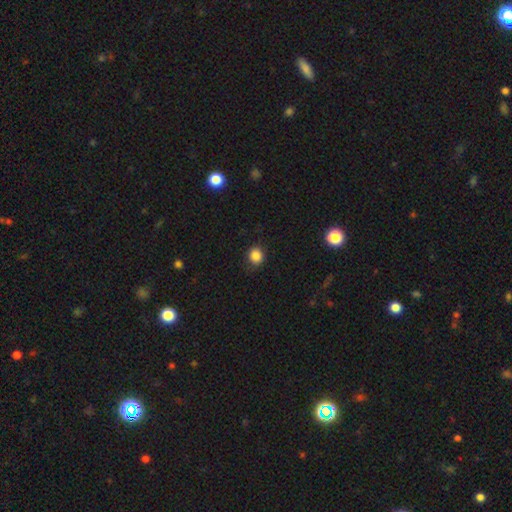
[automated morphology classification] smooth 85%, star or artifact 11%, featured or disk 4%. Down the decision tree: how rounded — round (82%); merging — none (86%).